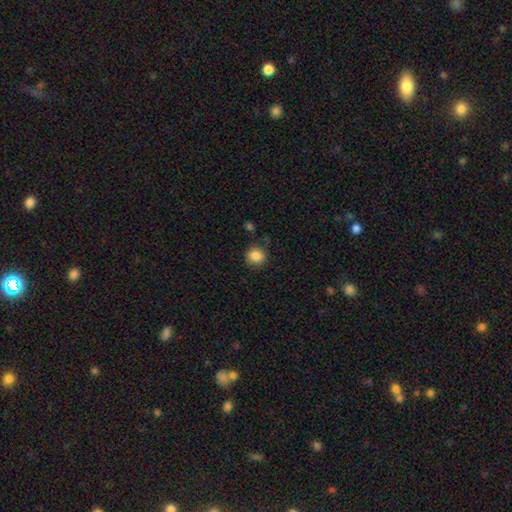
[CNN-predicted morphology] Smooth or featured: smooth — 86% (star or artifact — 10%)
How rounded: round — 83% (in between — 16%)
Merging: none — 82% (minor disturbance — 12%)